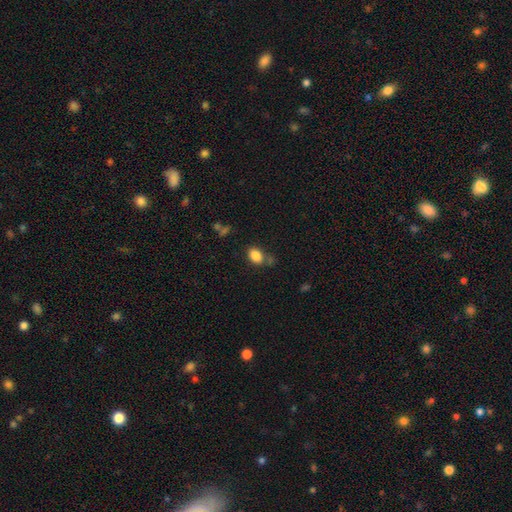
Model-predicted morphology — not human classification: This appears to be a smooth galaxy with no disk features (85%) that is in between round and cigar-shaped (80%). Merging: none (65%).